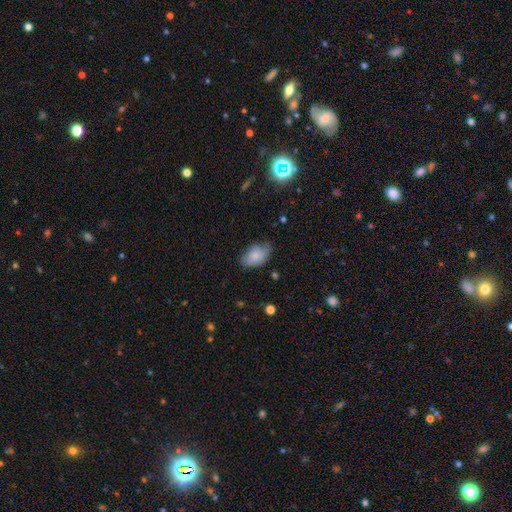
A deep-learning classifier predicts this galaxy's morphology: smooth 76%, featured or disk 16%, star or artifact 7%. Down the decision tree: how rounded — in between (90%); merging — none (56%).